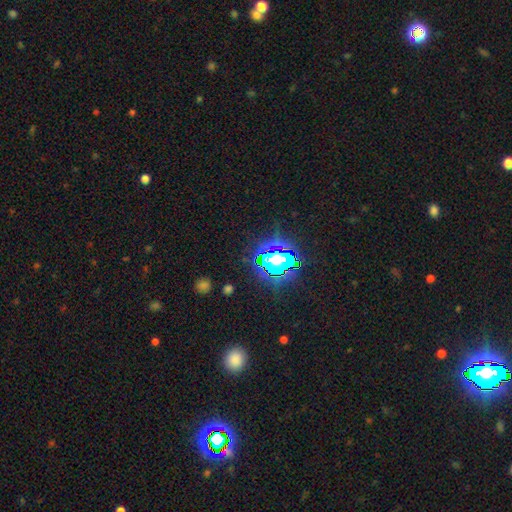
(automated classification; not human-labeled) smooth_or_featured: star or artifact (p=0.82) [alt: smooth p=0.12]